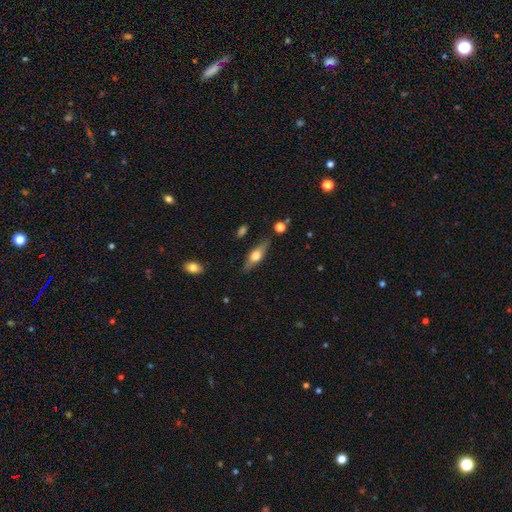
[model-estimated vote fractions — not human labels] This is possibly a featured or disk galaxy (49%). Merging: clearly none (81%).